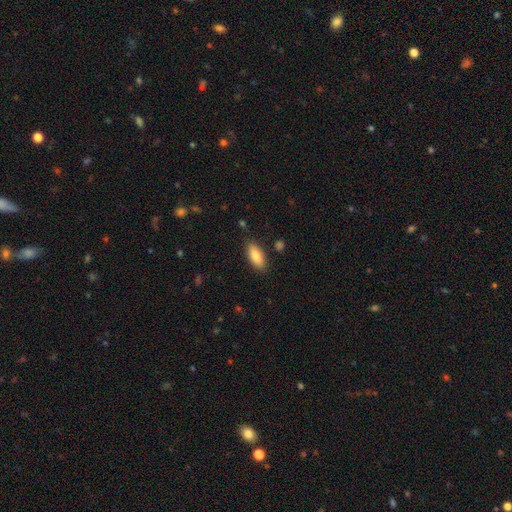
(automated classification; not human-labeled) Smooth or featured: smooth — 84% (featured or disk — 10%)
How rounded: in between — 83% (cigar-shaped — 14%)
Merging: none — 85% (minor disturbance — 11%)